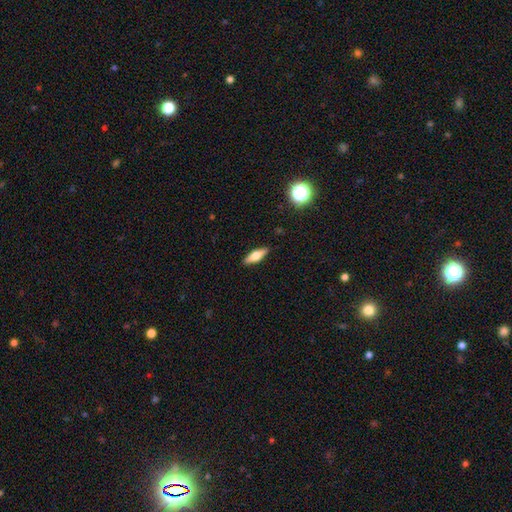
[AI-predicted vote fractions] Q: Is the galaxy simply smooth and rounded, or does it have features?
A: smooth — 53%.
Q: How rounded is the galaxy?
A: cigar-shaped — 49%.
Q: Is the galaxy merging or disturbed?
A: none — 89%.